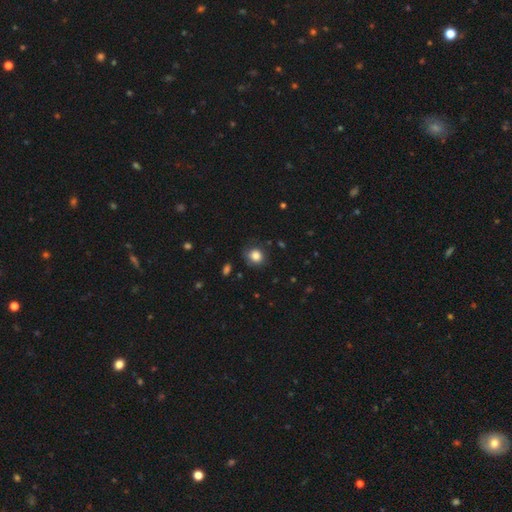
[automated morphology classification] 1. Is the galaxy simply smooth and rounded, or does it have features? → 83% smooth, 11% star or artifact, 6% featured or disk.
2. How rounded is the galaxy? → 74% round, 25% in between, 1% cigar-shaped.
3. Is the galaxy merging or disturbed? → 74% none, 19% minor disturbance, 5% major disturbance, 2% merger.